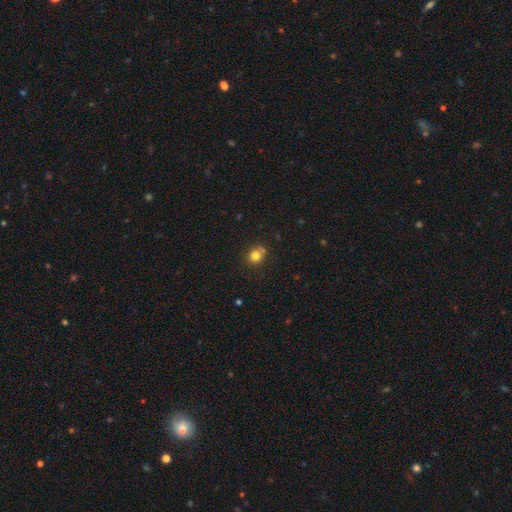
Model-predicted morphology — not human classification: Smooth or featured? Predicted: smooth (p=0.80). How rounded? Predicted: round (p=0.82). Merging? Predicted: none (p=0.69).